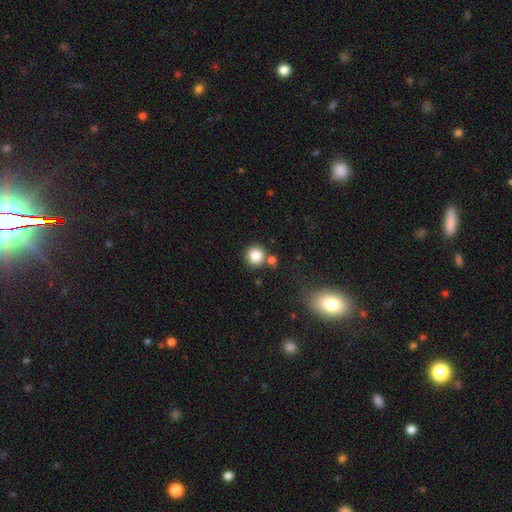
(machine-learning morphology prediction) Q: Smooth or featured?
A: smooth (83%); runner-up: star or artifact (11%)
Q: How rounded?
A: round (93%); runner-up: in between (6%)
Q: Merging?
A: none (77%); runner-up: merger (12%)